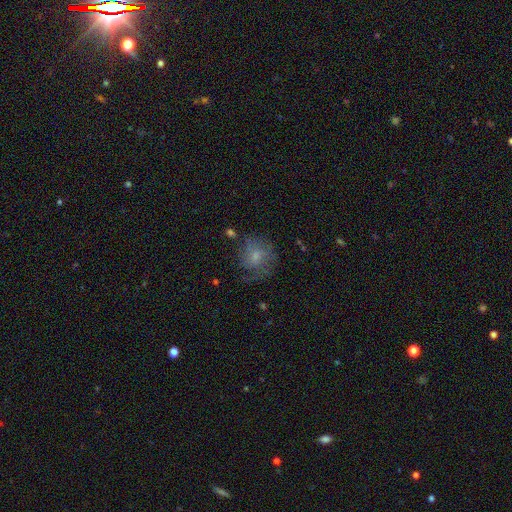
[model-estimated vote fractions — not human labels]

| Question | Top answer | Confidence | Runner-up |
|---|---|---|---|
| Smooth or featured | smooth | 57% | featured or disk (33%) |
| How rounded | round | 78% | in between (21%) |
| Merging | none | 49% | minor disturbance (25%) |